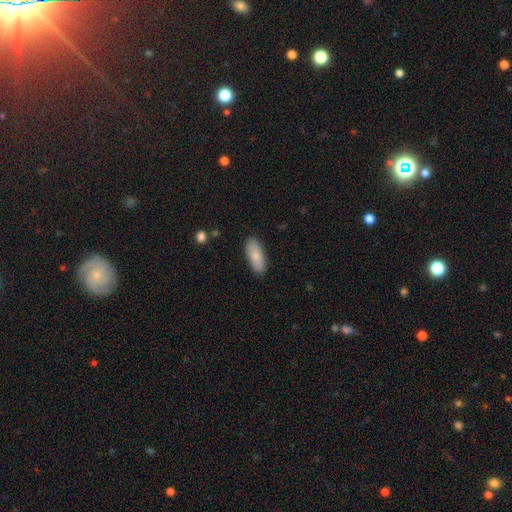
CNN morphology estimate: smooth-or-featured: smooth: 80% | featured or disk: 14% | star or artifact: 6%
  how-rounded: in between: 82% | cigar-shaped: 15% | round: 2%
  merging: none: 87% | minor disturbance: 10% | major disturbance: 2% | merger: 1%